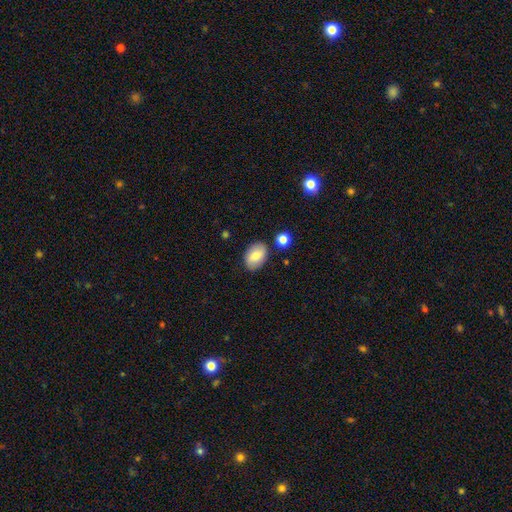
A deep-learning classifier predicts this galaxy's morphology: A smooth galaxy with no disk features (77%) that is in between round and cigar-shaped (87%).

Vote fractions:
- Smooth or featured? smooth: 77% / featured or disk: 15% / star or artifact: 7%
- How rounded? in between: 87% / round: 12% / cigar-shaped: 1%
- Merging? none: 82% / minor disturbance: 11% / merger: 4% / major disturbance: 2%